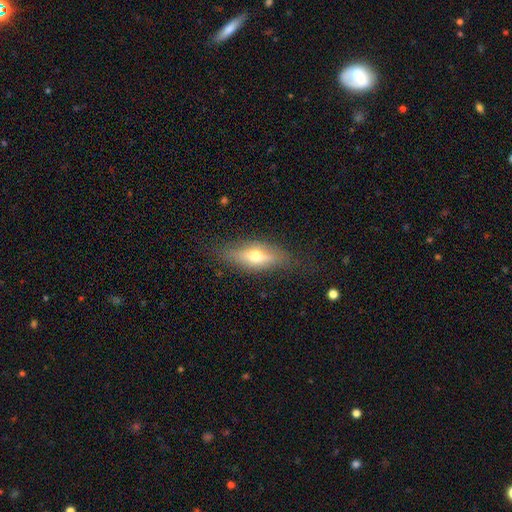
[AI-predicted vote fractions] The model was most divided on "smooth or featured": featured or disk: 47%, smooth: 45%, star or artifact: 8%. More confident: merging — none (79%).